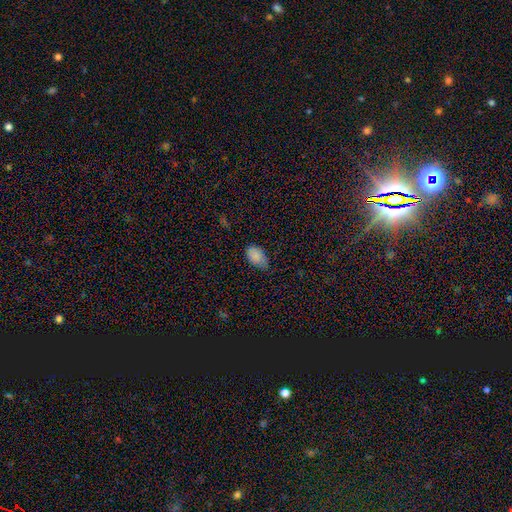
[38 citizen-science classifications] Volunteers were most divided on "merging": none: 56%, minor disturbance: 36%, major disturbance: 6%, merger: 3%. More confident: how rounded — in between (94%); smooth or featured — smooth (89%).